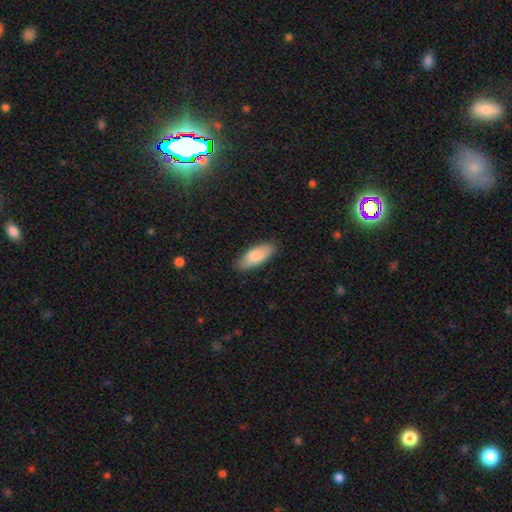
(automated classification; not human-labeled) smooth_or_featured: smooth (p=0.83) [alt: featured or disk p=0.11]
how_rounded: in between (p=0.77) [alt: cigar-shaped p=0.21]
merging: none (p=0.85) [alt: minor disturbance p=0.12]